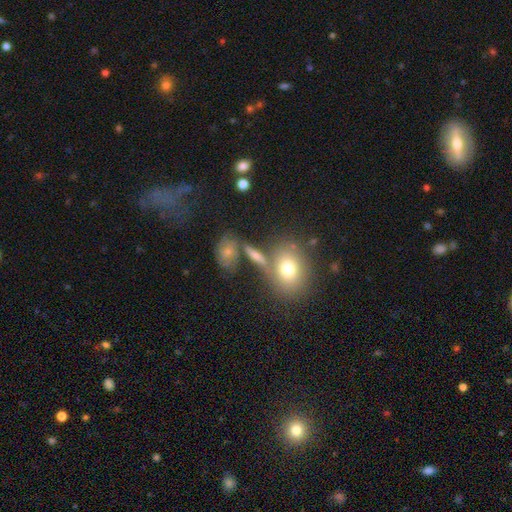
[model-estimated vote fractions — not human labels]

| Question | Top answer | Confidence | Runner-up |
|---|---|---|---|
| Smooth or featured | smooth | 60% | featured or disk (24%) |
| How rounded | in between | 54% | round (28%) |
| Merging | none | 58% | merger (22%) |